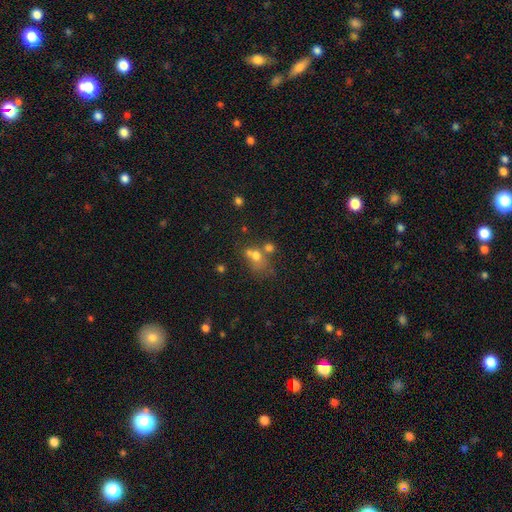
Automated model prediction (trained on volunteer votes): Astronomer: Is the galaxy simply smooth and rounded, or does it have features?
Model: smooth — 63%.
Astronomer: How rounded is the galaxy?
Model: round — 63%.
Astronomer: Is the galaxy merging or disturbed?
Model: merger — 50% (runner-up: none, 30%).